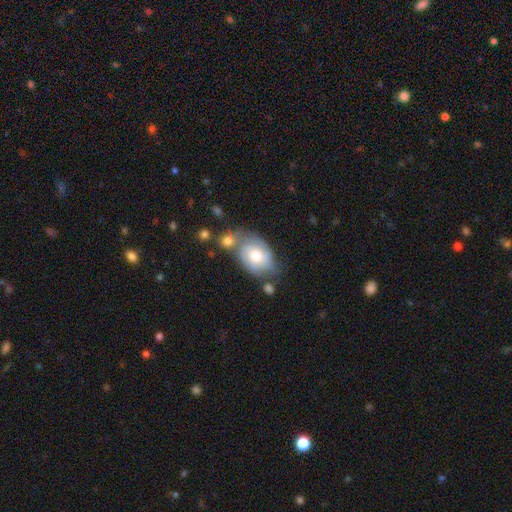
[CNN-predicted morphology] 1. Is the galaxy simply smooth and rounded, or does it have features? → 51% featured or disk, 42% smooth, 7% star or artifact.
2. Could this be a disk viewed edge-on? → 95% no, 5% yes.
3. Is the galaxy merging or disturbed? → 43% none, 25% minor disturbance, 20% merger, 11% major disturbance.